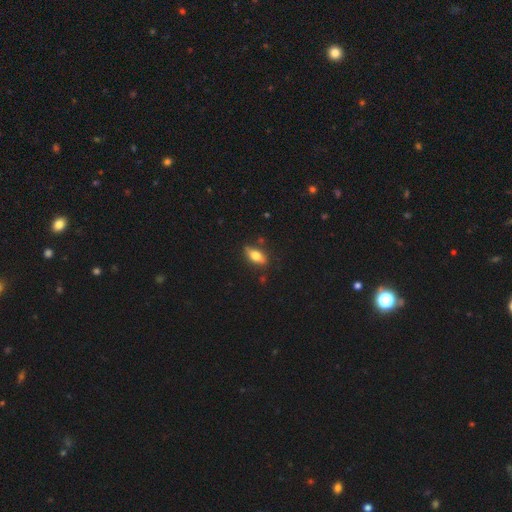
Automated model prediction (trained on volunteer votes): Overall: smooth (68%). How rounded: in between (78%). Merging: none (79%).